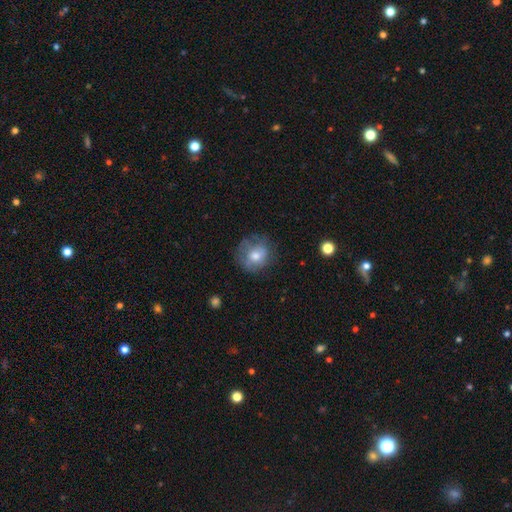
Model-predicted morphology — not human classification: smooth 64%, featured or disk 26%, star or artifact 9%. Down the decision tree: how rounded — round (81%); merging — none (62%).